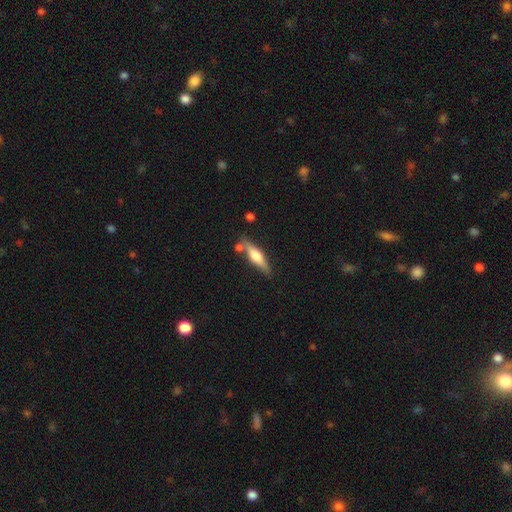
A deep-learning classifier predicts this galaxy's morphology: Overall: featured or disk (52%; smooth 42%). Edge-on disk: yes (93%). Merging: none (70%).